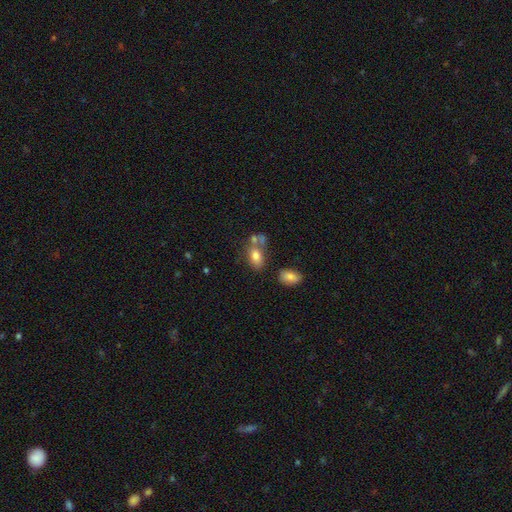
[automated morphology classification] A smooth galaxy with no disk features (76%) that is in between round and cigar-shaped (86%).

Vote fractions:
- Smooth or featured? smooth: 76% / featured or disk: 14% / star or artifact: 9%
- How rounded? in between: 86% / round: 12% / cigar-shaped: 2%
- Merging? none: 47% / merger: 30% / minor disturbance: 16% / major disturbance: 7%